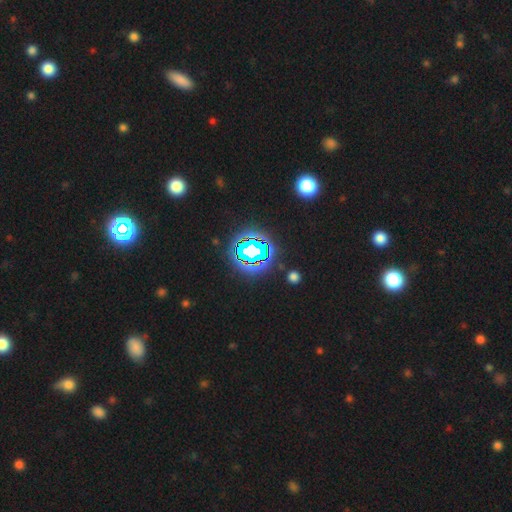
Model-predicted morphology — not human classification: type=star or artifact (82%).